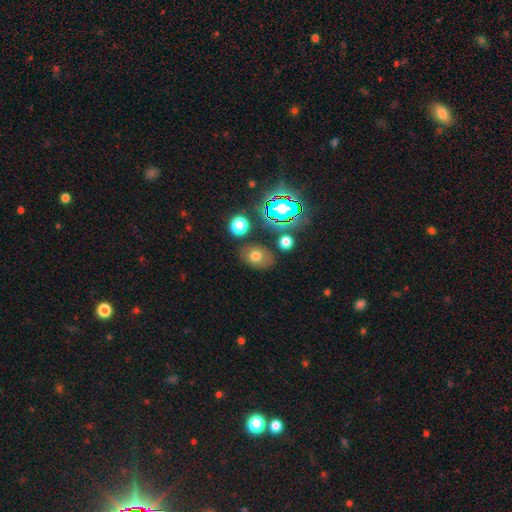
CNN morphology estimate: Smooth or featured? smooth (64%)
How rounded? in between (73%)
Merging? none (73%)